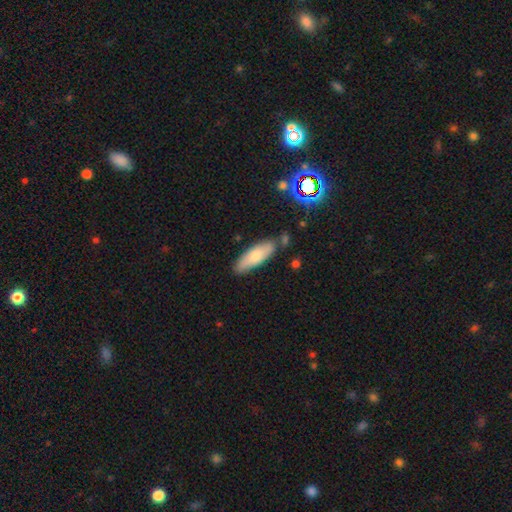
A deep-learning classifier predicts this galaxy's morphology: Q: Smooth or featured?
A: smooth (76%); runner-up: featured or disk (18%)
Q: How rounded?
A: in between (57%); runner-up: cigar-shaped (41%)
Q: Merging?
A: none (78%); runner-up: minor disturbance (14%)